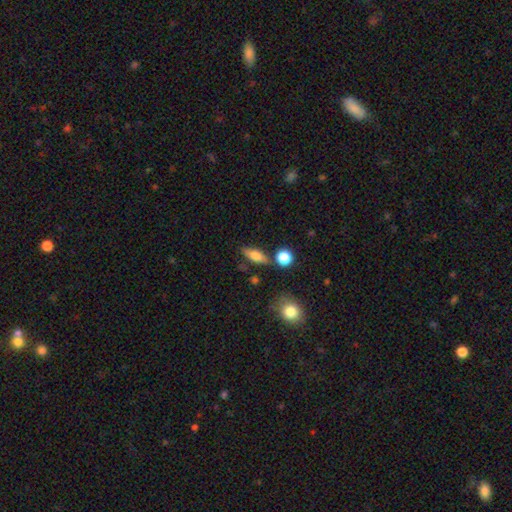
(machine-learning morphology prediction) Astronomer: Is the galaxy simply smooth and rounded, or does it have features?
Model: smooth — 59%.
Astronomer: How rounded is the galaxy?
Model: in between — 55% (runner-up: cigar-shaped, 35%).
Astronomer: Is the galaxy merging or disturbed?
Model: none — 78%.